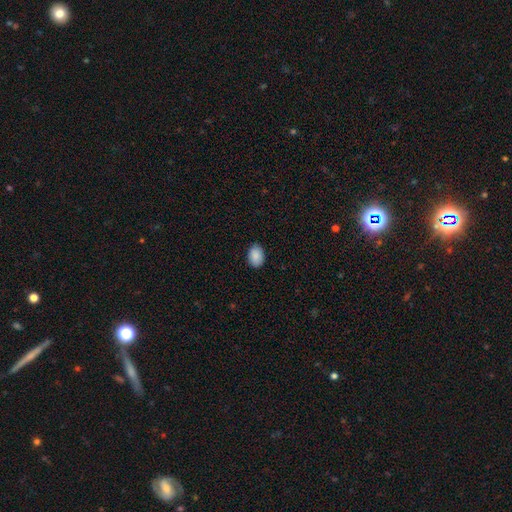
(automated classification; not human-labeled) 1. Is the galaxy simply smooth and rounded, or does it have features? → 90% smooth, 7% star or artifact, 3% featured or disk.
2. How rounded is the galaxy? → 80% in between, 20% round, 1% cigar-shaped.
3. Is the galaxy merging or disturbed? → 88% none, 9% minor disturbance, 2% major disturbance, 1% merger.